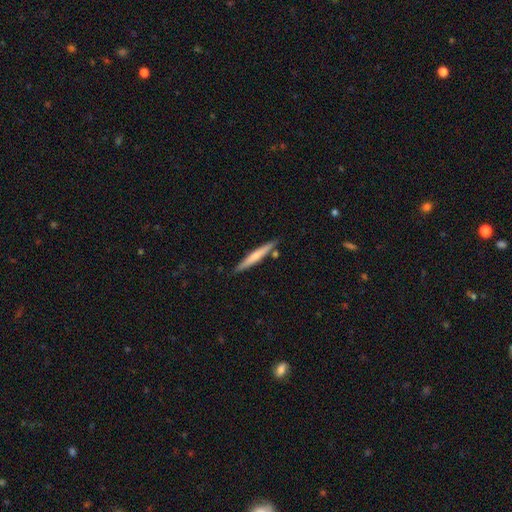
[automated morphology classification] This is possibly a smooth galaxy (57%). How rounded: clearly cigar-shaped (95%). Merging: clearly none (84%).